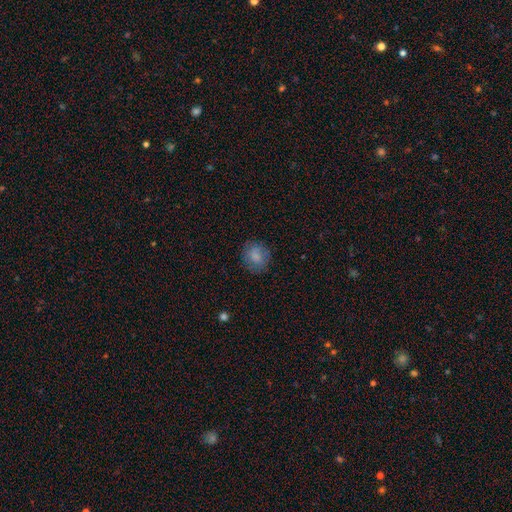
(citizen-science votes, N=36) Smooth or featured?
  - smooth: 94% *
  - featured or disk: 3%
  - star or artifact: 3%
How rounded?
  - round: 85% *
  - in between: 15%
  - cigar-shaped: 0%
Merging?
  - none: 97% *
  - minor disturbance: 3%
  - major disturbance: 0%
  - merger: 0%